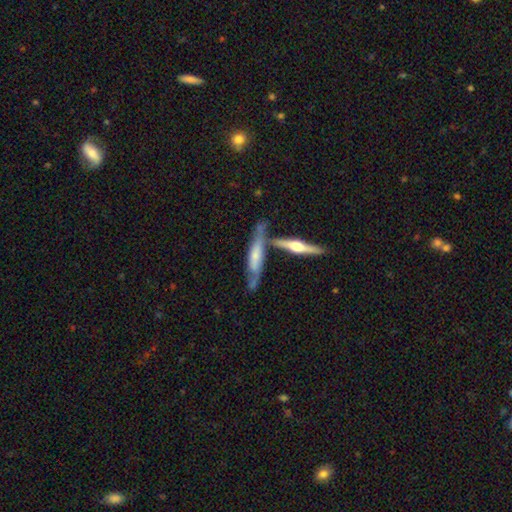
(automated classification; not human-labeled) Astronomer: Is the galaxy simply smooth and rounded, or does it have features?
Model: featured or disk — 64%.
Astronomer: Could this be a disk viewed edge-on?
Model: yes — 81%.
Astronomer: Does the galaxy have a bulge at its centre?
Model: rounded — 77%.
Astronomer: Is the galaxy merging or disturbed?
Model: none — 51%.